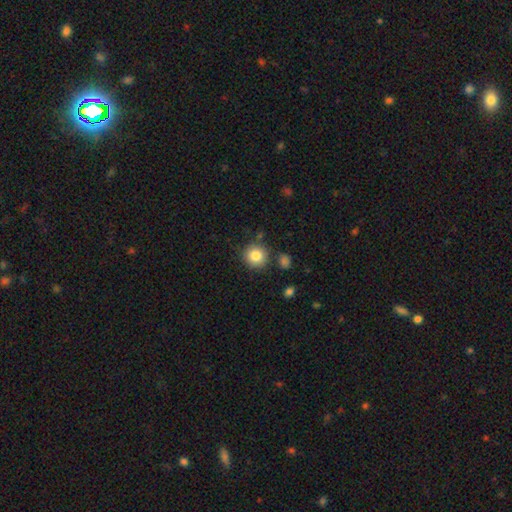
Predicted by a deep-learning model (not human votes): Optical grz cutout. It shows a smooth galaxy with no disk features (84%) that is round (92%). Merging: none (82%).